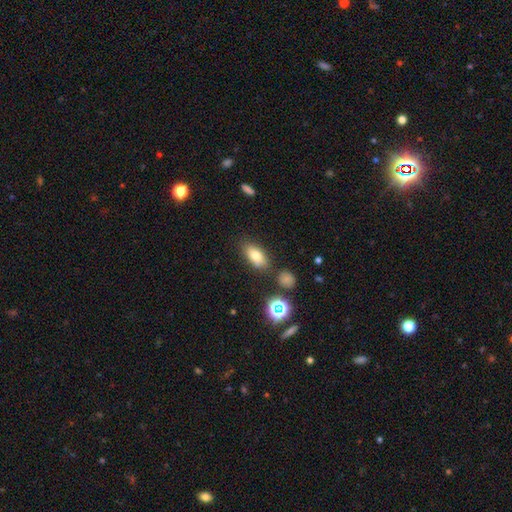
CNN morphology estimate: Smooth or featured?
  - smooth: 75% *
  - featured or disk: 13%
  - star or artifact: 11%
How rounded?
  - in between: 85% *
  - cigar-shaped: 8%
  - round: 7%
Merging?
  - none: 76% *
  - minor disturbance: 13%
  - merger: 7%
  - major disturbance: 4%